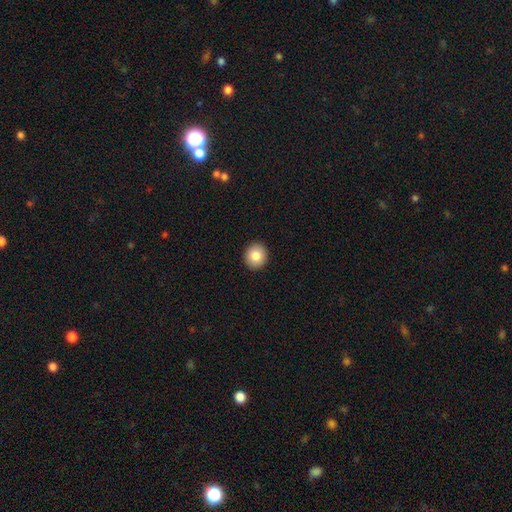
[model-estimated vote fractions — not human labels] Smooth or featured? smooth (84%)
How rounded? round (84%)
Merging? none (93%)